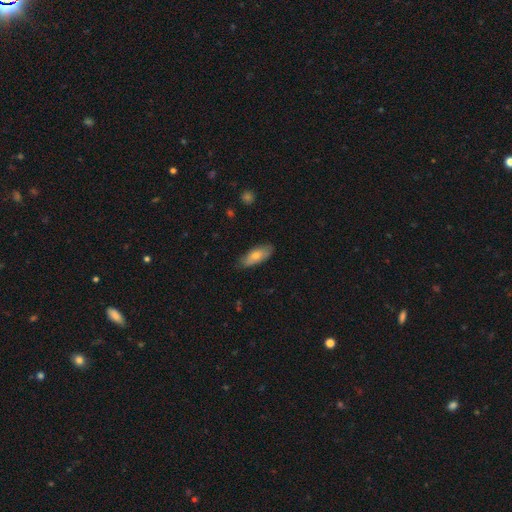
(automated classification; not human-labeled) smooth 67%, featured or disk 26%, star or artifact 7%. Down the decision tree: how rounded — in between (70%); merging — none (82%).